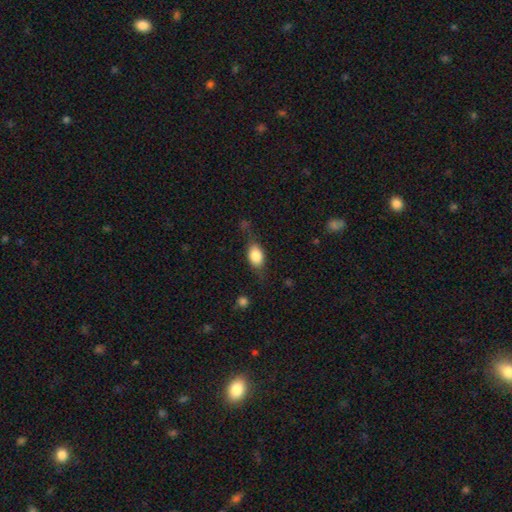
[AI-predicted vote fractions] This appears to be a smooth galaxy with no disk features (75%) that is in between round and cigar-shaped (80%). Merging: none (61%).